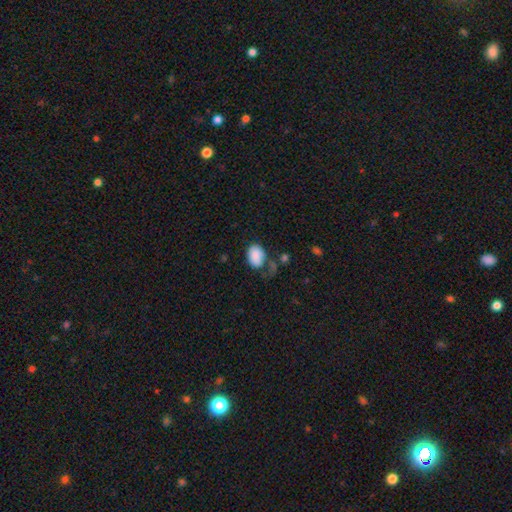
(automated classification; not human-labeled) Smooth or featured: smooth — 85% (star or artifact — 8%)
How rounded: in between — 80% (round — 19%)
Merging: none — 49% (minor disturbance — 26%)